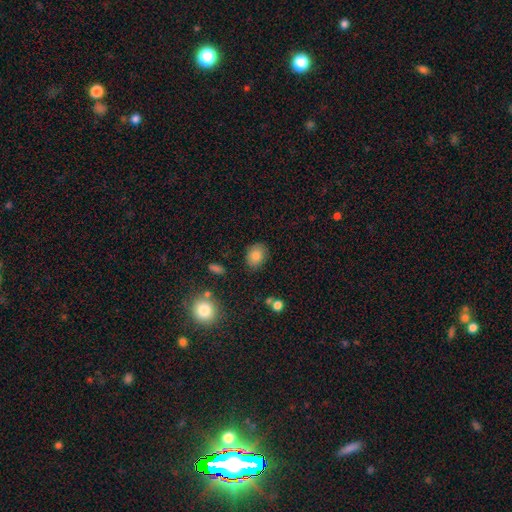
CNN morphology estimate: Q: Smooth or featured?
A: smooth (82%); runner-up: star or artifact (10%)
Q: How rounded?
A: in between (57%); runner-up: round (41%)
Q: Merging?
A: none (84%); runner-up: minor disturbance (11%)